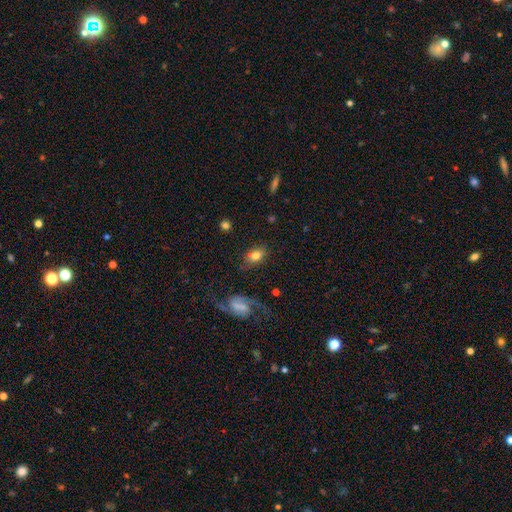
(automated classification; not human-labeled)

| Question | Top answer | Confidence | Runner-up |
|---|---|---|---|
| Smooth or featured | smooth | 70% | featured or disk (20%) |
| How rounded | in between | 79% | round (19%) |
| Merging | none | 76% | minor disturbance (14%) |